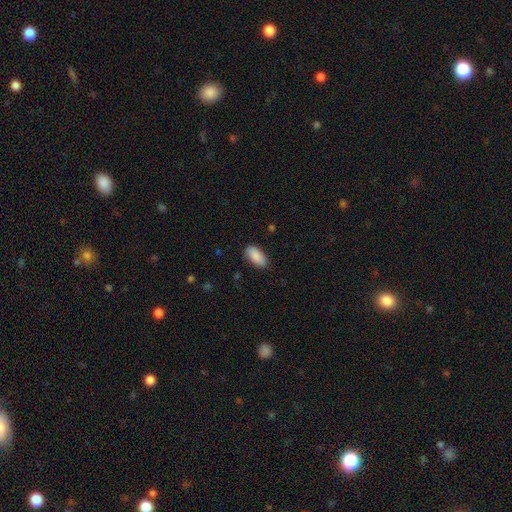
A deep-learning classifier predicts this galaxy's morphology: Q: Smooth or featured?
A: smooth (89%); runner-up: star or artifact (6%)
Q: How rounded?
A: in between (93%); runner-up: cigar-shaped (5%)
Q: Merging?
A: none (83%); runner-up: minor disturbance (13%)